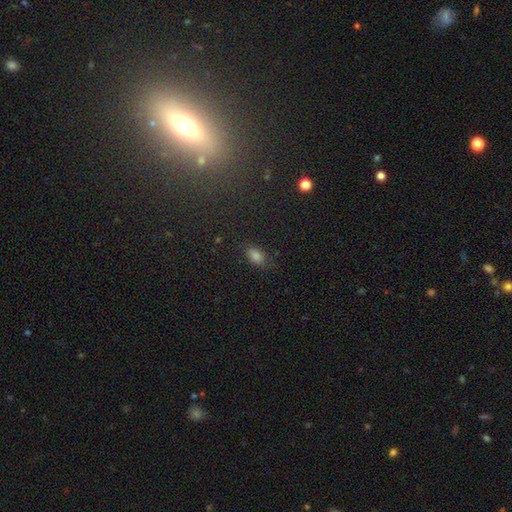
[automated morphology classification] smooth 78%, star or artifact 16%, featured or disk 6%. Down the decision tree: how rounded — in between (88%); merging — none (80%).